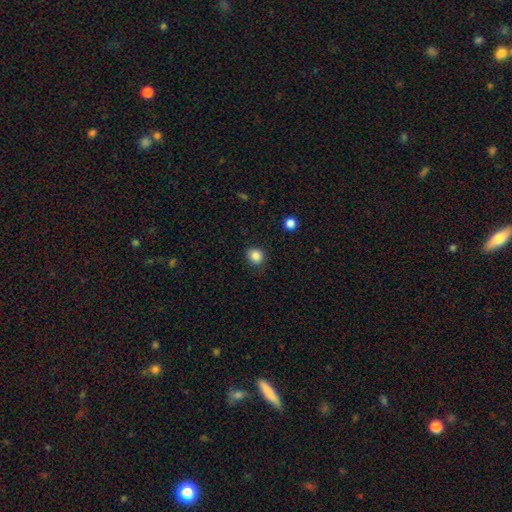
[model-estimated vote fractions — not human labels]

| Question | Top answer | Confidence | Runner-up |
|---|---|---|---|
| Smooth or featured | smooth | 85% | star or artifact (11%) |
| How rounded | round | 84% | in between (15%) |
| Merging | none | 86% | minor disturbance (10%) |